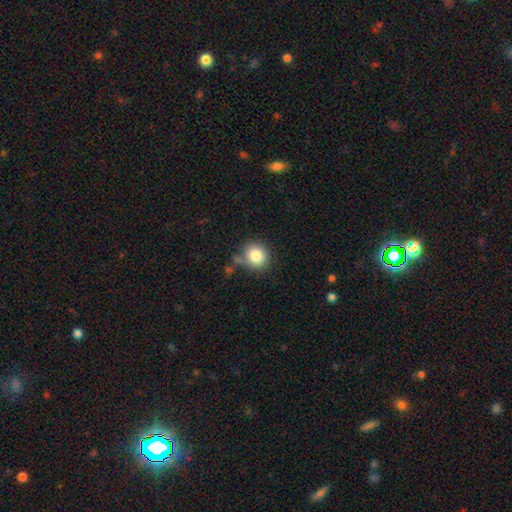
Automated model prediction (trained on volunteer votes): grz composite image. It shows a smooth galaxy with no disk features (84%) that is round (83%). Merging: none (70%).